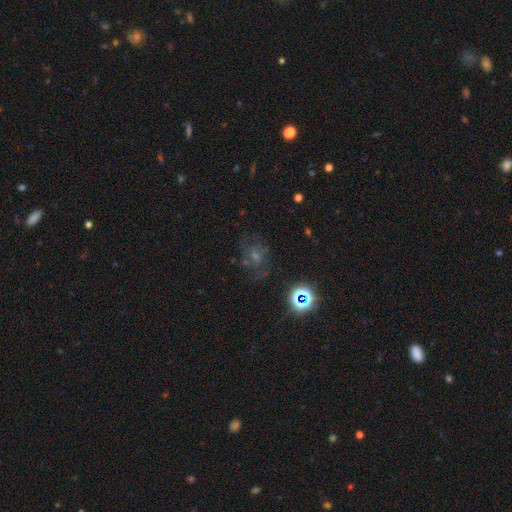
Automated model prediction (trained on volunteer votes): Q: Smooth or featured?
A: featured or disk (36%); runner-up: star or artifact (35%)
Q: Merging?
A: none (61%); runner-up: minor disturbance (20%)